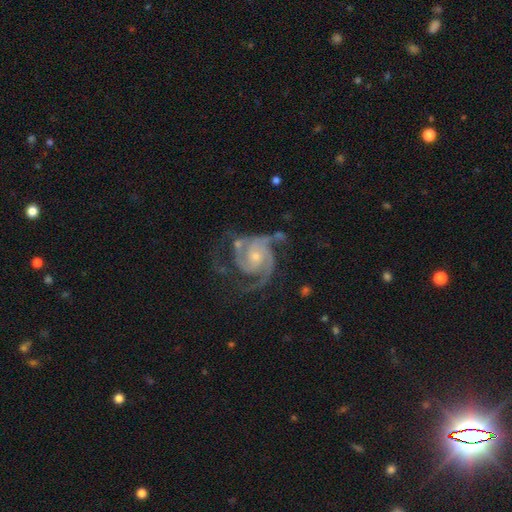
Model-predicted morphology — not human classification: Overall: featured or disk (92%). Edge-on disk: no (98%). Bar: no (66%; weak 27%). Spiral arms: yes (98%). Spiral arm count: 3 (52%; 2 26%). Spiral winding: tight (46%; medium 45%). Bulge size: small (60%; moderate 35%). Merging: none (53%; minor disturbance 22%).